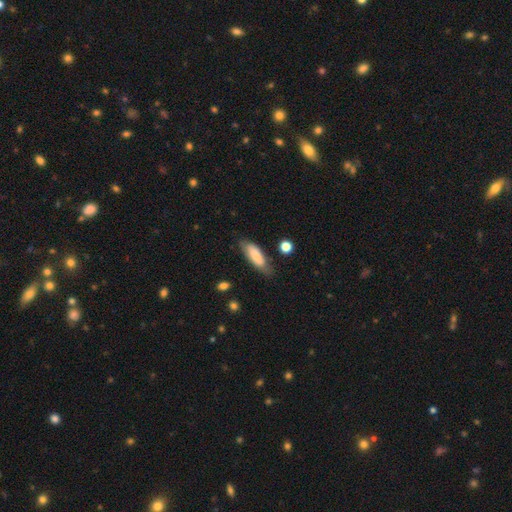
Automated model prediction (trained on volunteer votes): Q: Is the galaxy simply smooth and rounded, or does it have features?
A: smooth — 72%.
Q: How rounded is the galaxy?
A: in between — 60%.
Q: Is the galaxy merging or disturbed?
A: none — 72%.